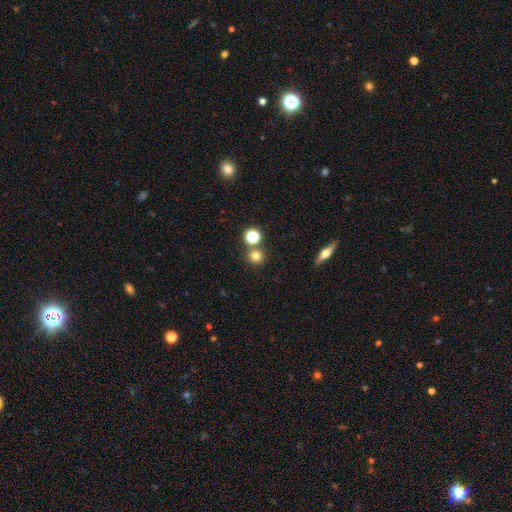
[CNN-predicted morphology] The model was most divided on "merging": none: 73%, merger: 17%, minor disturbance: 7%, major disturbance: 3%. More confident: how rounded — round (91%); smooth or featured — smooth (76%).